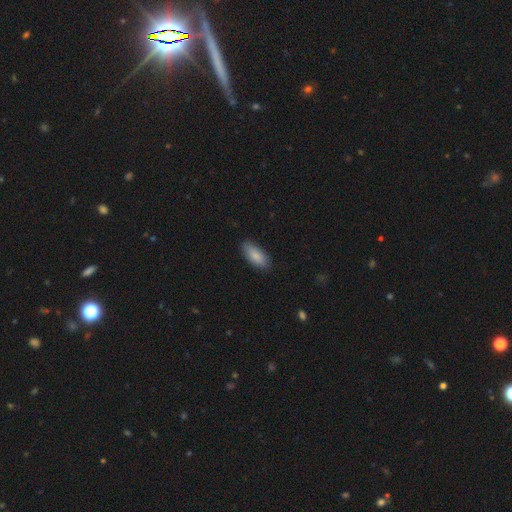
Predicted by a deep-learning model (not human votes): A smooth galaxy with no disk features (85%) that is in between round and cigar-shaped (84%). Merging: none (83%).